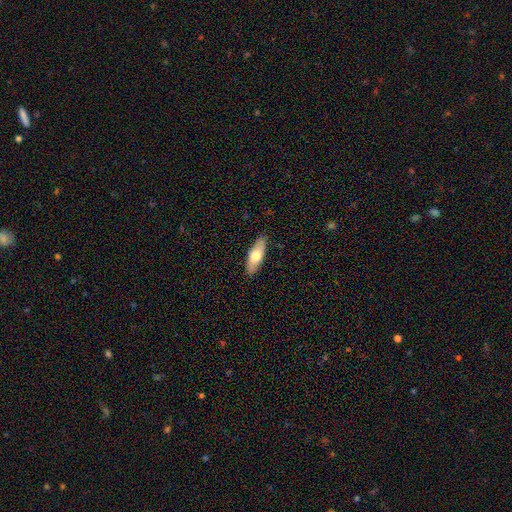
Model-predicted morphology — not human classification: Smooth or featured? smooth (66%)
How rounded? in between (61%)
Merging? none (88%)